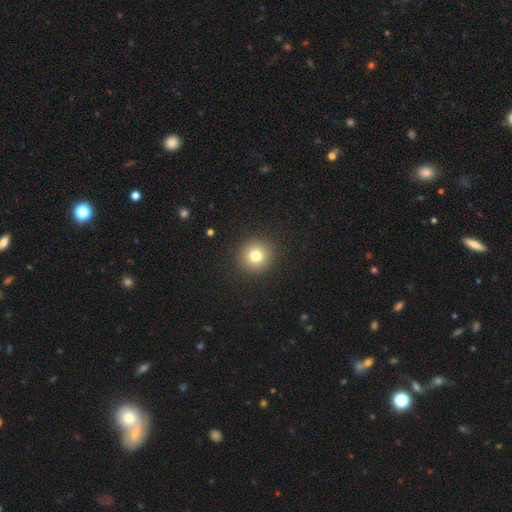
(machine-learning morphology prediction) smooth-or-featured: smooth: 78% | star or artifact: 13% | featured or disk: 9%
  how-rounded: round: 93% | in between: 6% | cigar-shaped: 1%
  merging: none: 92% | minor disturbance: 5% | major disturbance: 2% | merger: 1%